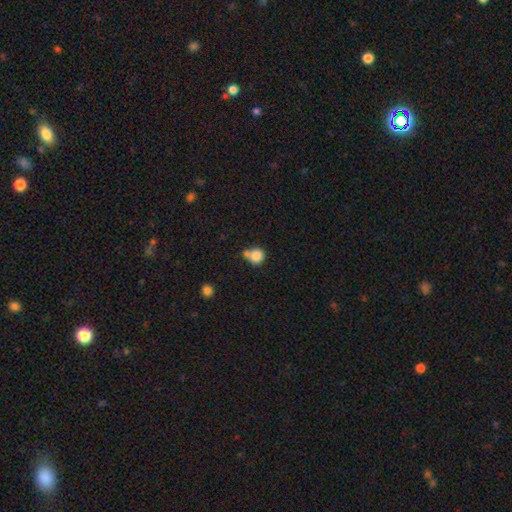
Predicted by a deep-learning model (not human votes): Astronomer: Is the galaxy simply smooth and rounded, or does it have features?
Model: smooth — 84%.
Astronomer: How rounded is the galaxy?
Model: round — 89%.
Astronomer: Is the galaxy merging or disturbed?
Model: none — 51% (runner-up: merger, 27%).